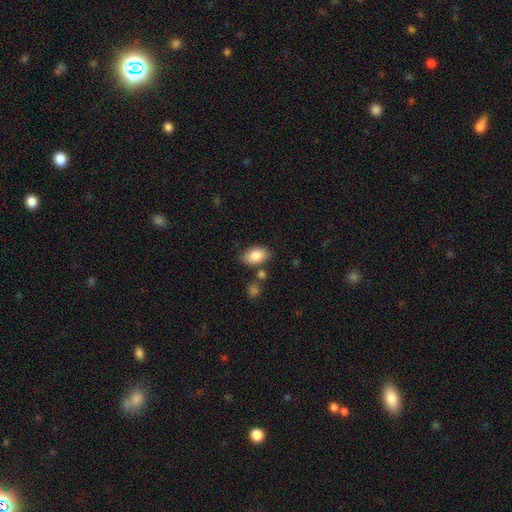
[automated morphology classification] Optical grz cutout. It shows a smooth galaxy with no disk features (85%) that is in between round and cigar-shaped (91%). Merging: none (78%).